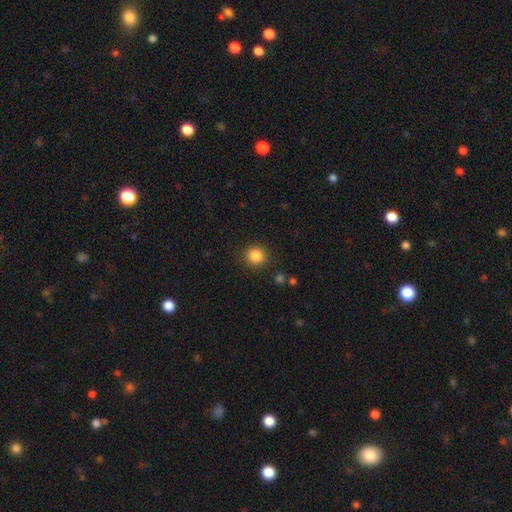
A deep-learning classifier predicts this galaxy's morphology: Overall: smooth (85%). How rounded: round (88%). Merging: none (88%).